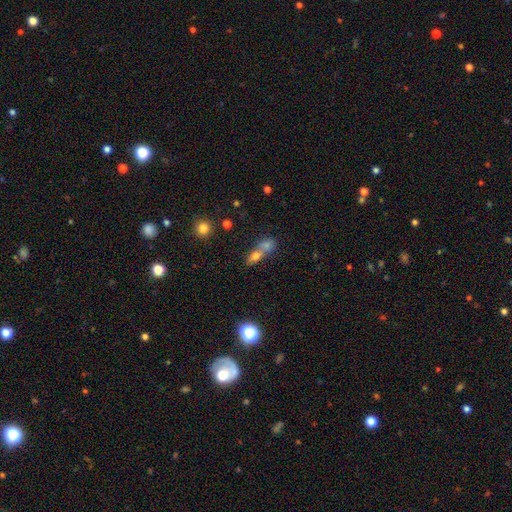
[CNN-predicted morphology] A smooth galaxy with no disk features (69%) that is in between round and cigar-shaped (62%).

Vote fractions:
- Smooth or featured? smooth: 69% / featured or disk: 18% / star or artifact: 13%
- How rounded? in between: 62% / round: 25% / cigar-shaped: 13%
- Merging? merger: 67% / none: 22% / minor disturbance: 7% / major disturbance: 4%